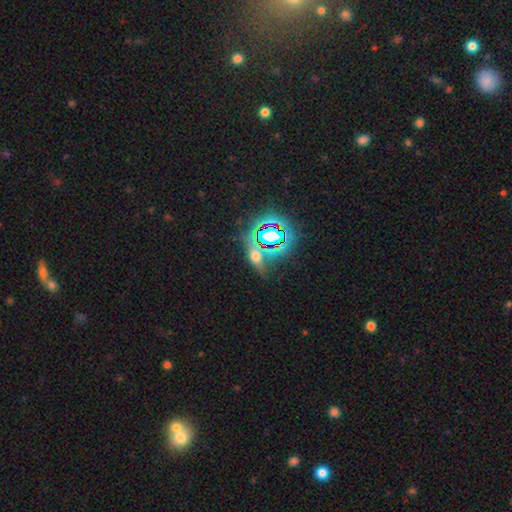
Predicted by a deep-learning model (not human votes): Smooth or featured? star or artifact (45%)